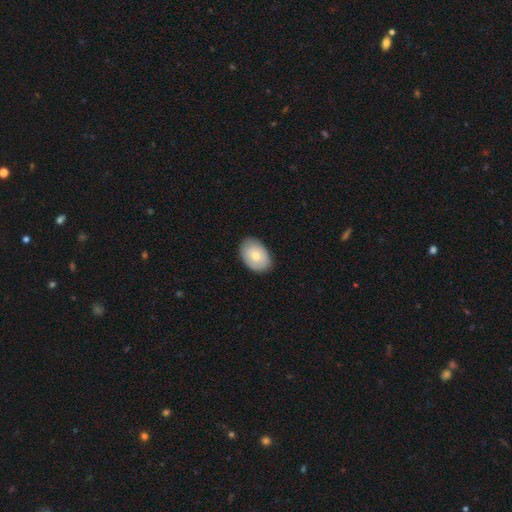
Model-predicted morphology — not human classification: type=smooth (76%); roundness=in between (83%); merging=none (84%).